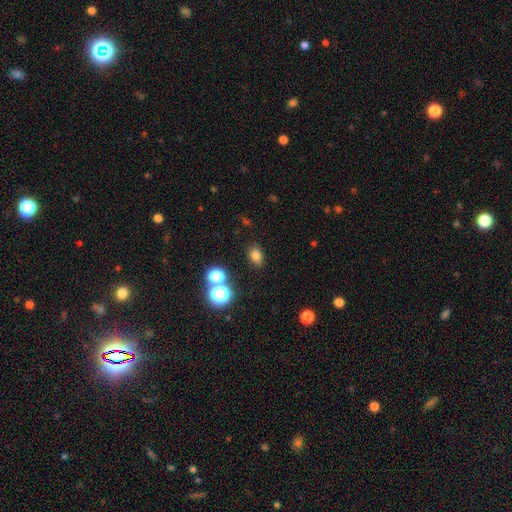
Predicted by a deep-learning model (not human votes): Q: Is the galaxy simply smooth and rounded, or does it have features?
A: smooth — 75%.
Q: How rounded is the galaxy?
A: in between — 69%.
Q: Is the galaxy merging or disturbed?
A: none — 83%.